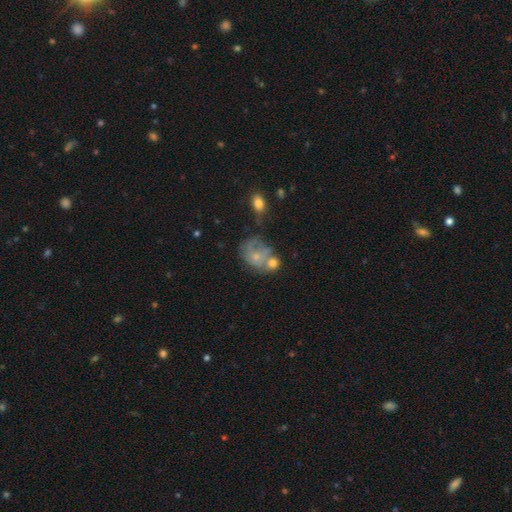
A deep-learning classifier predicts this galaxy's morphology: Overall: featured or disk (48%; smooth 43%). Merging: merger (31%; none 30%).